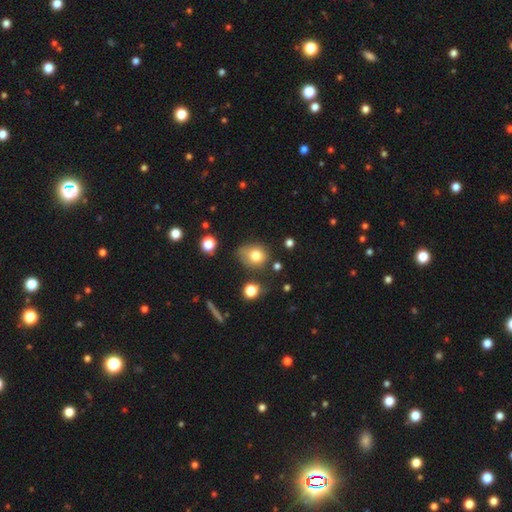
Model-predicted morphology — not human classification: The model was most divided on "how rounded": round: 56%, in between: 43%, cigar-shaped: 1%. More confident: smooth or featured — smooth (76%); merging — none (54%).